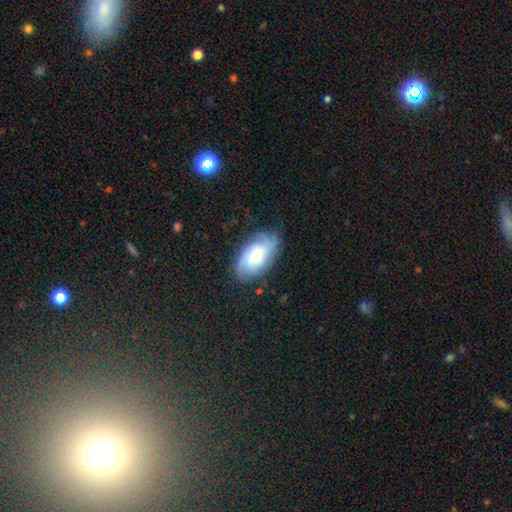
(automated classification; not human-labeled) Q: Smooth or featured?
A: featured or disk (47%); runner-up: smooth (45%)
Q: Merging?
A: none (75%); runner-up: minor disturbance (18%)